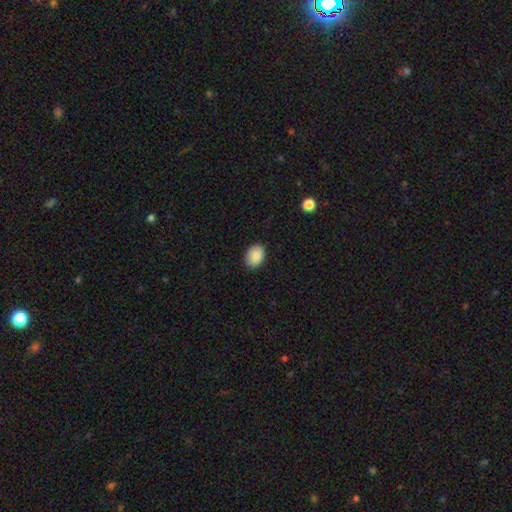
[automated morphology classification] This is clearly a smooth galaxy (89%). How rounded: likely in between (76%). Merging: clearly none (87%).